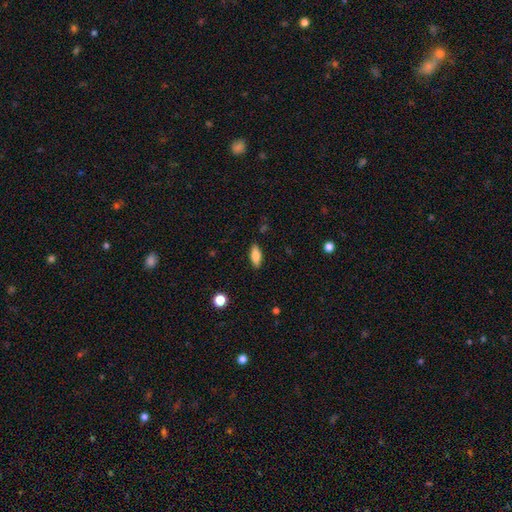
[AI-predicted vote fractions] This appears to be a smooth galaxy with no disk features (75%) that is in between round and cigar-shaped (75%). Merging: none (88%).